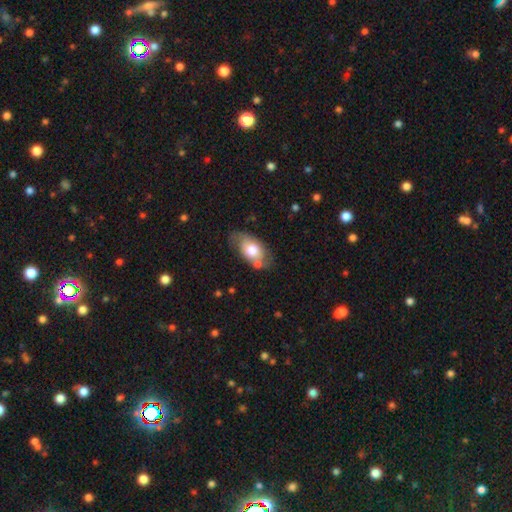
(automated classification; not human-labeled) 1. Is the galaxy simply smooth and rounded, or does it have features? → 62% smooth, 32% featured or disk, 7% star or artifact.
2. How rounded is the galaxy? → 88% in between, 10% round, 2% cigar-shaped.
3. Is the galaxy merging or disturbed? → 58% none, 26% minor disturbance, 8% merger, 8% major disturbance.